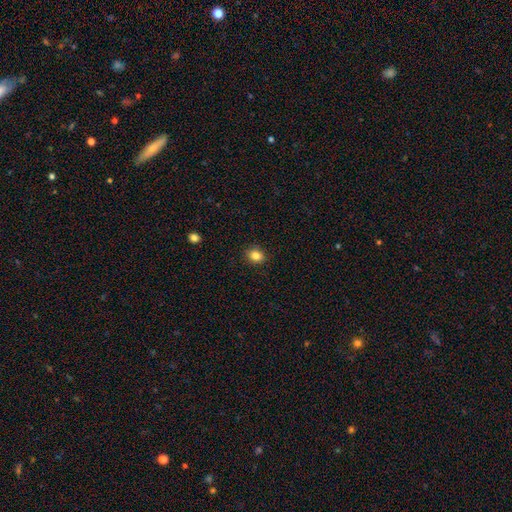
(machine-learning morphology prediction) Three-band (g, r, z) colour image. It shows a smooth galaxy with no disk features (84%) that is round (62%). Merging: none (90%).